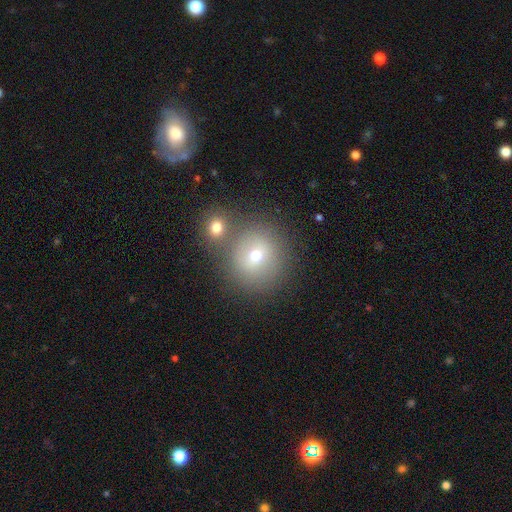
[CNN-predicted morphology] type=smooth (68%); roundness=round (91%); merging=none (61%).